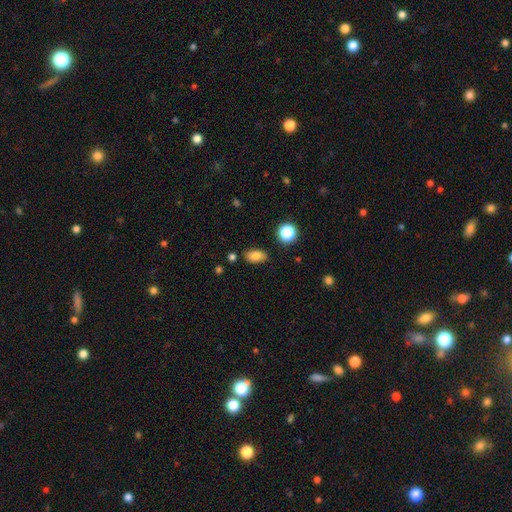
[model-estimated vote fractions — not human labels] smooth 81%, star or artifact 11%, featured or disk 8%. Down the decision tree: how rounded — in between (87%); merging — none (82%).